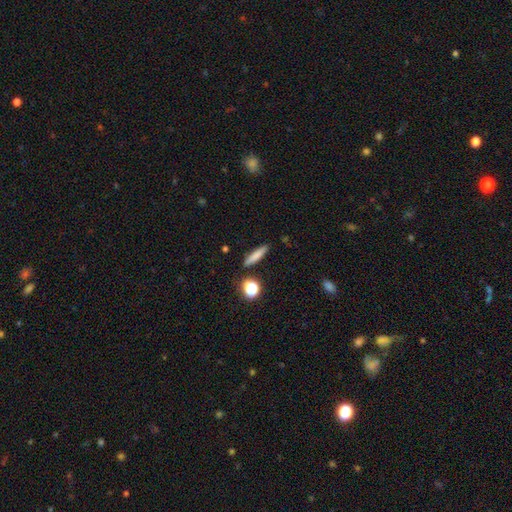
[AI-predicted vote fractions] The model was most divided on "smooth or featured": smooth: 76%, featured or disk: 14%, star or artifact: 9%. More confident: merging — none (86%); how rounded — cigar-shaped (81%).